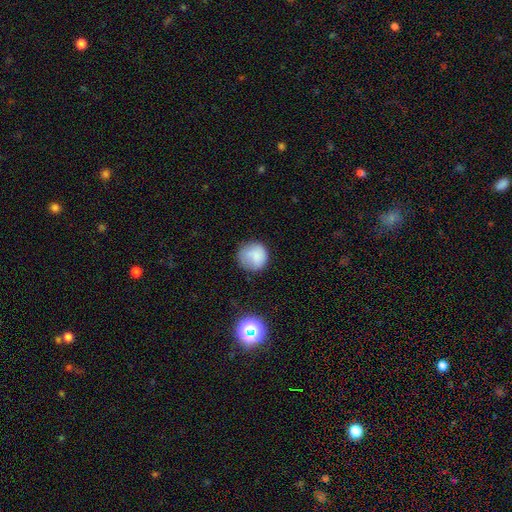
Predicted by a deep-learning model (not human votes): Q: Smooth or featured?
A: smooth (83%); runner-up: star or artifact (10%)
Q: How rounded?
A: round (90%); runner-up: in between (9%)
Q: Merging?
A: none (72%); runner-up: minor disturbance (20%)